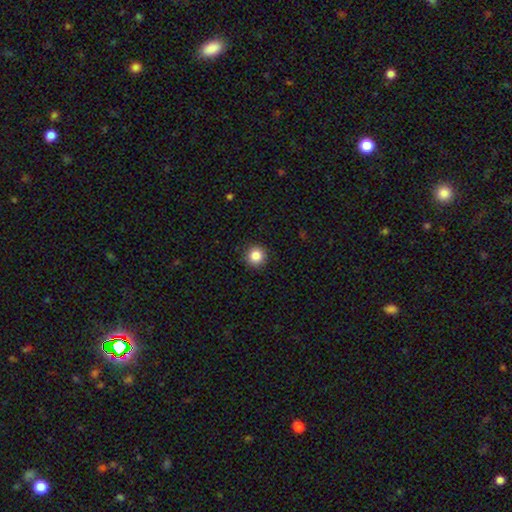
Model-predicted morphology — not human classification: Smooth or featured? smooth (85%)
How rounded? round (95%)
Merging? none (91%)